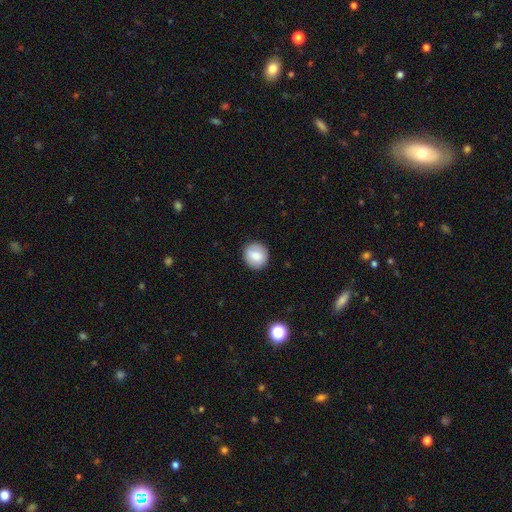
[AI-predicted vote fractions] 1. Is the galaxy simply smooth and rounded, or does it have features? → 78% smooth, 14% featured or disk, 8% star or artifact.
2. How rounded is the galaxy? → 87% round, 12% in between, 1% cigar-shaped.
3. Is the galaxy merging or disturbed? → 89% none, 8% minor disturbance, 2% major disturbance, 1% merger.